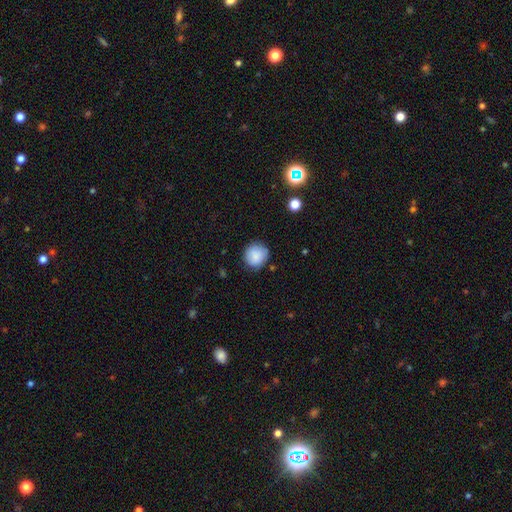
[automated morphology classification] Smooth or featured?
  - smooth: 86% *
  - star or artifact: 8%
  - featured or disk: 6%
How rounded?
  - round: 89% *
  - in between: 10%
  - cigar-shaped: 1%
Merging?
  - none: 82% *
  - minor disturbance: 14%
  - major disturbance: 3%
  - merger: 1%